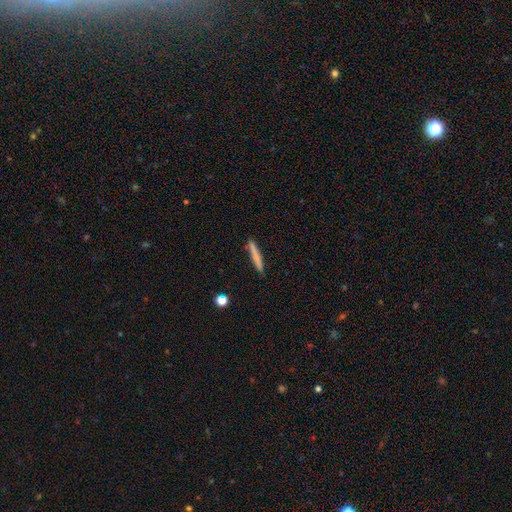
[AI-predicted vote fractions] Q: Smooth or featured?
A: smooth (73%); runner-up: featured or disk (20%)
Q: How rounded?
A: cigar-shaped (96%); runner-up: in between (3%)
Q: Merging?
A: none (88%); runner-up: minor disturbance (9%)